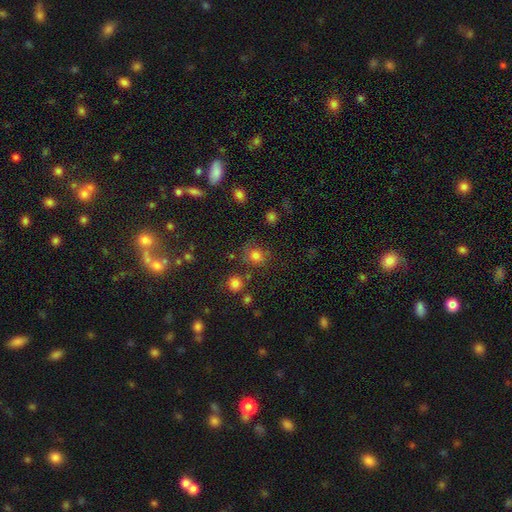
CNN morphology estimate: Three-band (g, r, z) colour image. It shows a smooth galaxy with no disk features (76%) that is round (75%). Merging: none (68%).